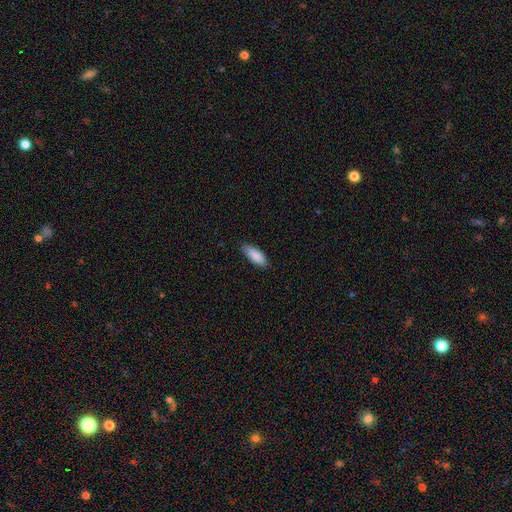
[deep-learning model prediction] Smooth or featured: smooth — 89% (star or artifact — 6%)
How rounded: in between — 67% (cigar-shaped — 32%)
Merging: none — 85% (minor disturbance — 12%)